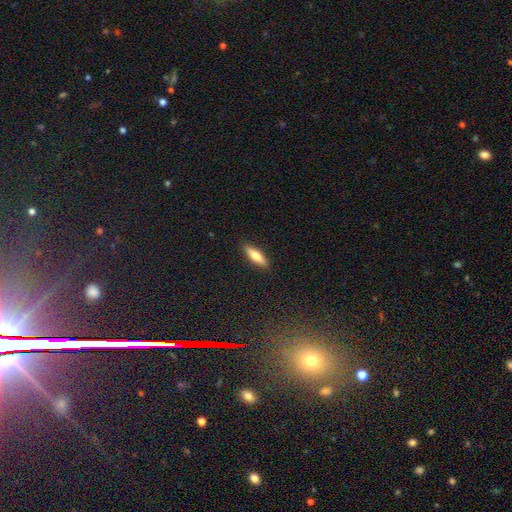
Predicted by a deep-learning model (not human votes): Q: Smooth or featured?
A: smooth (65%); runner-up: featured or disk (29%)
Q: How rounded?
A: cigar-shaped (64%); runner-up: in between (34%)
Q: Merging?
A: none (90%); runner-up: minor disturbance (7%)